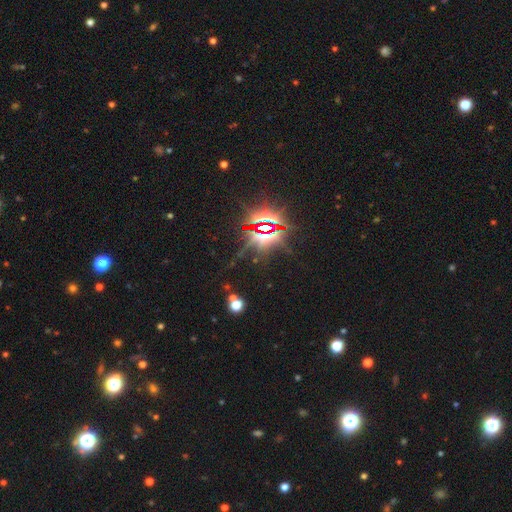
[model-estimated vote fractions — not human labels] This appears to be a star or artifact, not a galaxy (84%).